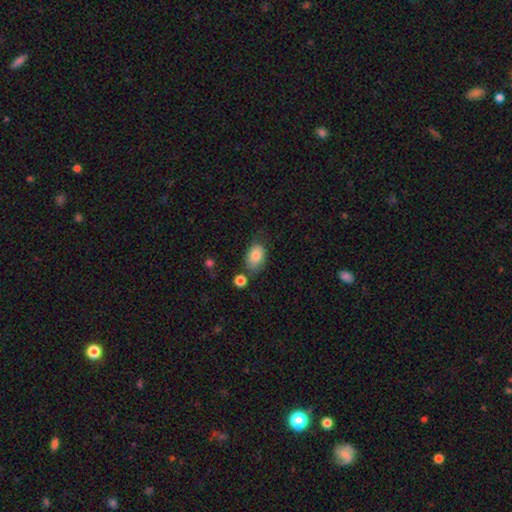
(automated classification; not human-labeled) Smooth or featured: smooth — 81% (featured or disk — 11%)
How rounded: in between — 87% (round — 11%)
Merging: none — 60% (minor disturbance — 25%)